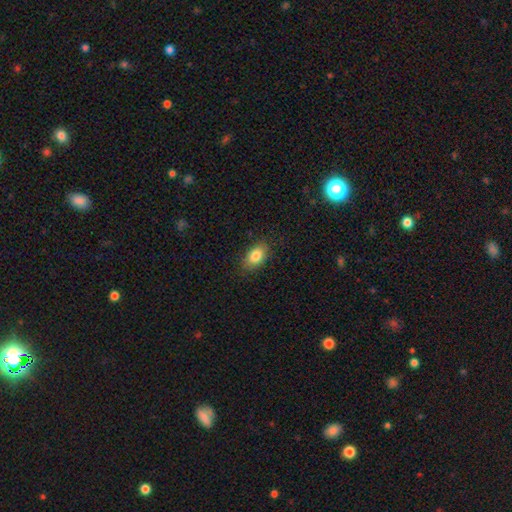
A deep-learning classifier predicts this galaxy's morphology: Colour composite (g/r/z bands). It shows a smooth galaxy with no disk features (83%) that is in between round and cigar-shaped (87%). Merging: none (83%).